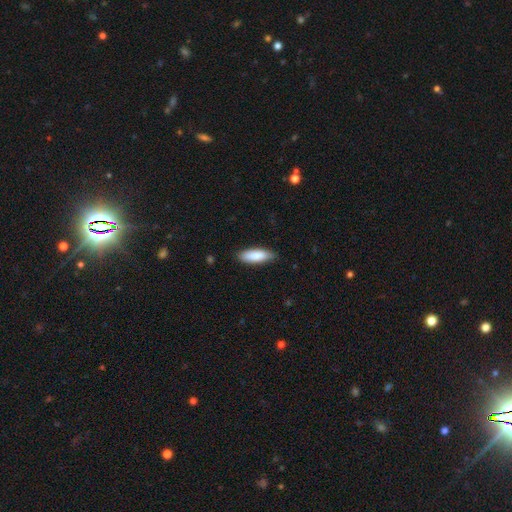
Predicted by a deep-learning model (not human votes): Smooth or featured: smooth — 86% (featured or disk — 8%)
How rounded: in between — 63% (cigar-shaped — 36%)
Merging: none — 84% (minor disturbance — 13%)